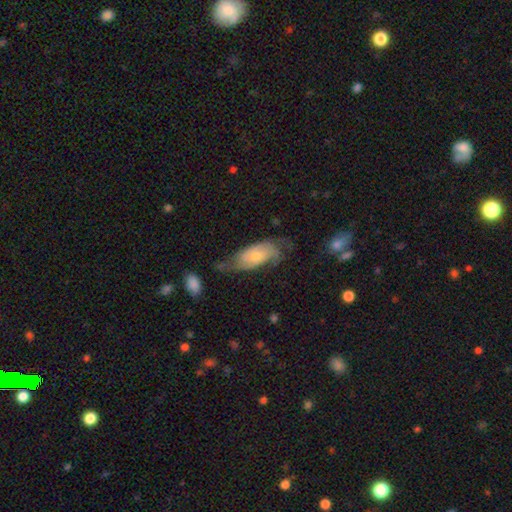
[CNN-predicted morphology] smooth_or_featured: featured or disk (p=0.61) [alt: smooth p=0.33]
disk_edge_on: no (p=0.92) [alt: yes p=0.08]
bar: no (p=0.70) [alt: weak p=0.26]
has_spiral_arms: yes (p=0.86) [alt: no p=0.14]
bulge_size: small (p=0.46) [alt: moderate p=0.44]
merging: none (p=0.43) [alt: minor disturbance p=0.30]